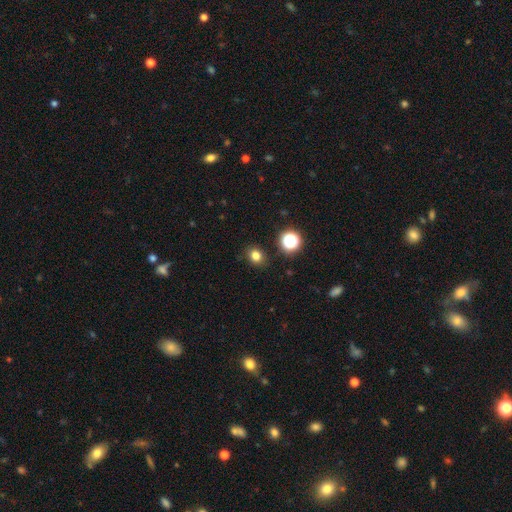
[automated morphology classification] smooth 79%, star or artifact 15%, featured or disk 6%. Down the decision tree: how rounded — round (58%); merging — none (87%).